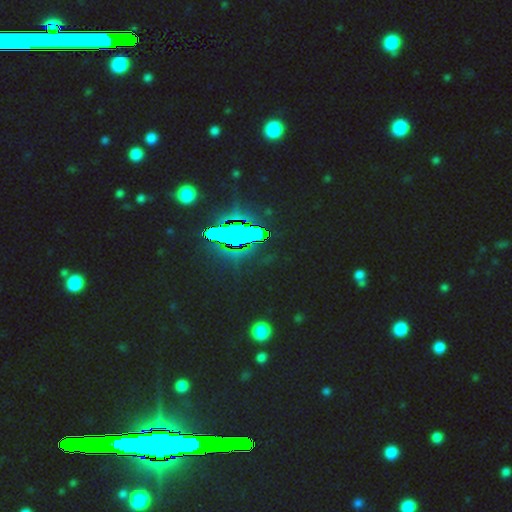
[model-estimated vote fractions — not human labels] The model was most divided on "smooth or featured": star or artifact: 84%, smooth: 9%, featured or disk: 7%.